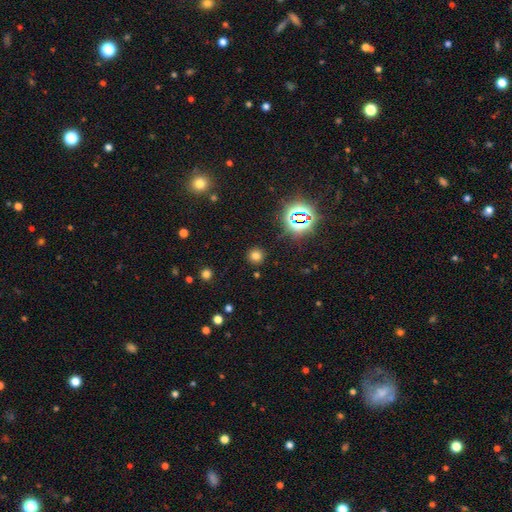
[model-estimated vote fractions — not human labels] Smooth or featured: smooth — 69% (star or artifact — 25%)
How rounded: round — 92% (in between — 7%)
Merging: none — 88% (minor disturbance — 7%)